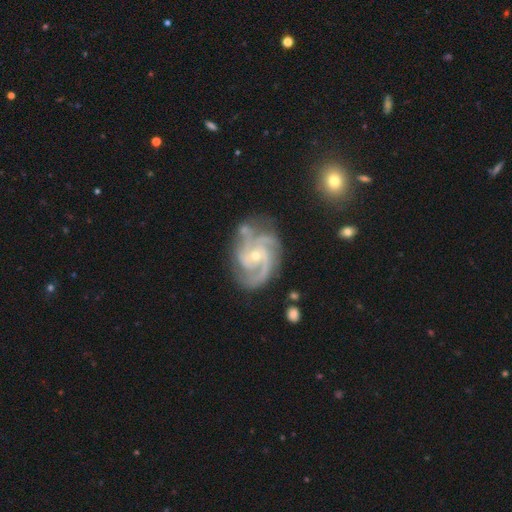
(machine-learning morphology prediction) type=featured or disk (92%); edge-on=no (98%); bar=no (64%); spiral arms=yes (98%); winding=tight (47%); arm count=3 (49%); bulge=small (67%); merging=none (67%).